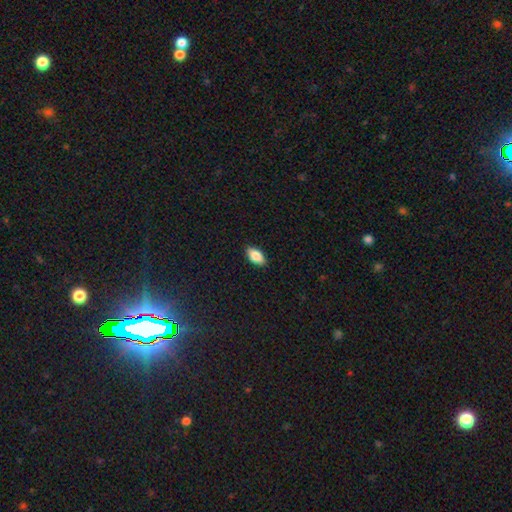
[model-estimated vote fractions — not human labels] smooth 85%, featured or disk 8%, star or artifact 7%. Down the decision tree: how rounded — in between (92%); merging — none (88%).